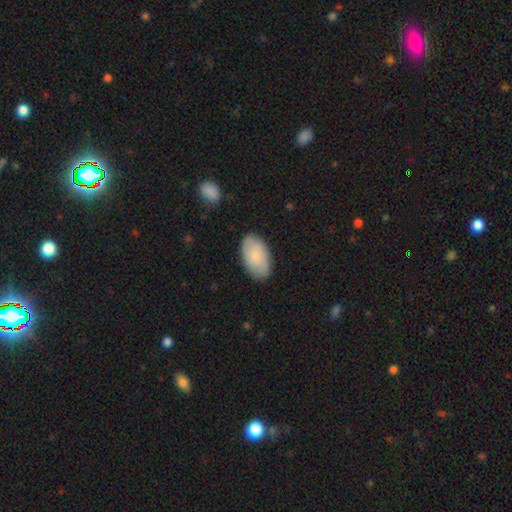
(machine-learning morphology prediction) smooth 79%, featured or disk 16%, star or artifact 5%. Down the decision tree: how rounded — in between (95%); merging — none (85%).